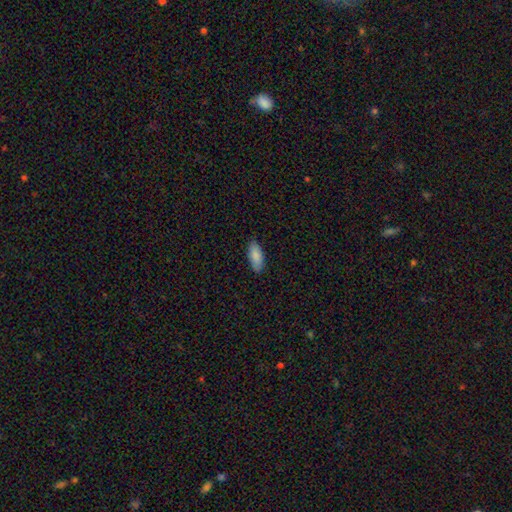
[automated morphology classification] smooth 87%, featured or disk 7%, star or artifact 6%. Down the decision tree: how rounded — in between (82%); merging — none (86%).